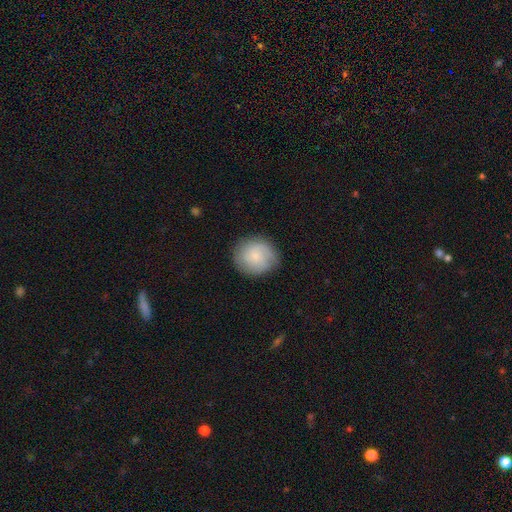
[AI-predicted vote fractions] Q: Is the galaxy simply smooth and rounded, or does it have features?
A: smooth — 68%.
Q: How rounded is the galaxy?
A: round — 83%.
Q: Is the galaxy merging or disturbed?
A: none — 82%.